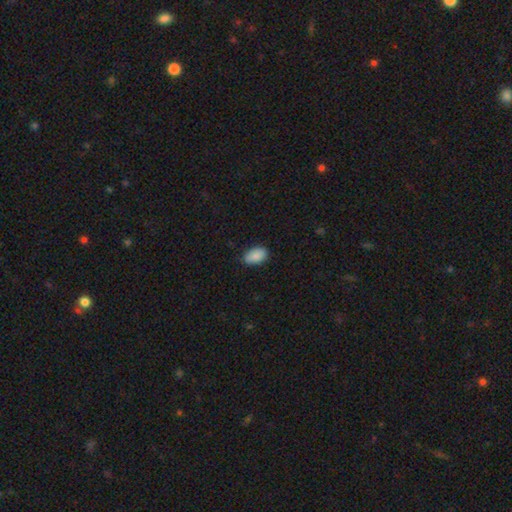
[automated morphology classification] Overall: smooth (89%). How rounded: in between (92%). Merging: none (79%).